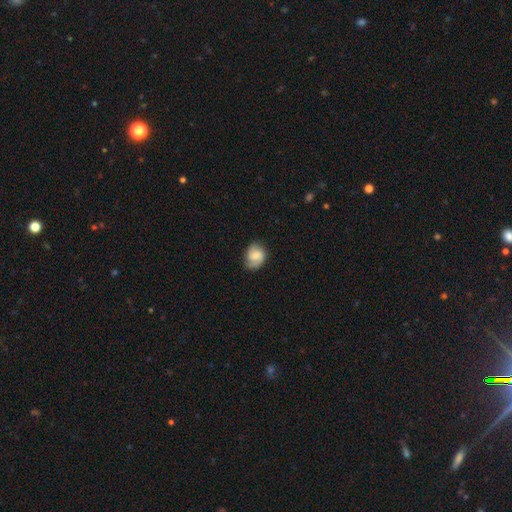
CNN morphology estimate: smooth_or_featured: featured or disk (p=0.50) [alt: smooth p=0.43]
merging: none (p=0.71) [alt: minor disturbance p=0.21]